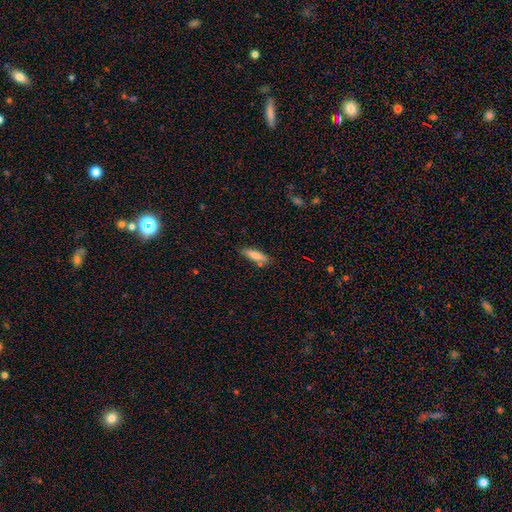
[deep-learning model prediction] The model was most divided on "how rounded": cigar-shaped: 59%, in between: 40%, round: 2%. More confident: smooth or featured — smooth (80%); merging — none (78%).